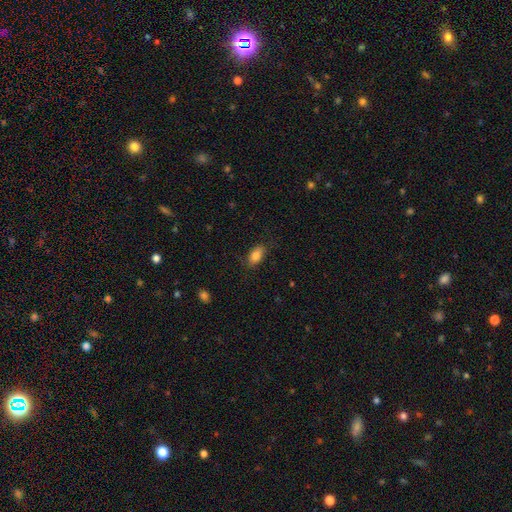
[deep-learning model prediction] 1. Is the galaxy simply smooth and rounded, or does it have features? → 83% smooth, 9% featured or disk, 8% star or artifact.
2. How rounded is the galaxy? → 89% in between, 7% round, 4% cigar-shaped.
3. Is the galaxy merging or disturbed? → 78% none, 17% minor disturbance, 5% major disturbance, 1% merger.